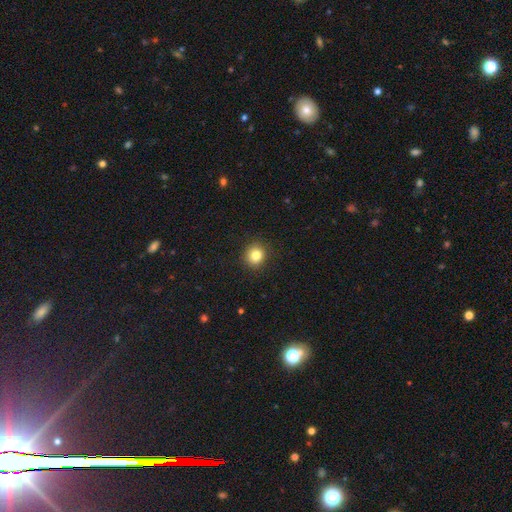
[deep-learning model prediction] A smooth galaxy with no disk features (84%) that is round (86%).

Vote fractions:
- Smooth or featured? smooth: 84% / star or artifact: 11% / featured or disk: 5%
- How rounded? round: 86% / in between: 13% / cigar-shaped: 1%
- Merging? none: 90% / minor disturbance: 7% / major disturbance: 2% / merger: 1%